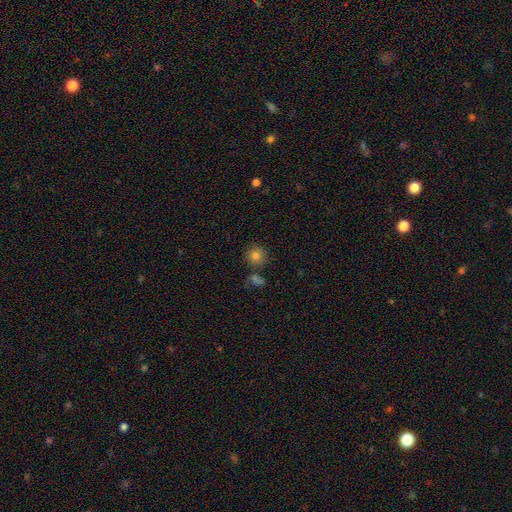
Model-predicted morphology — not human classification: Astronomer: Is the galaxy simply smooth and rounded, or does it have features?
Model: smooth — 81%.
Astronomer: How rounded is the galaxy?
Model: round — 91%.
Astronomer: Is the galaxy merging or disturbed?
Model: none — 74%.